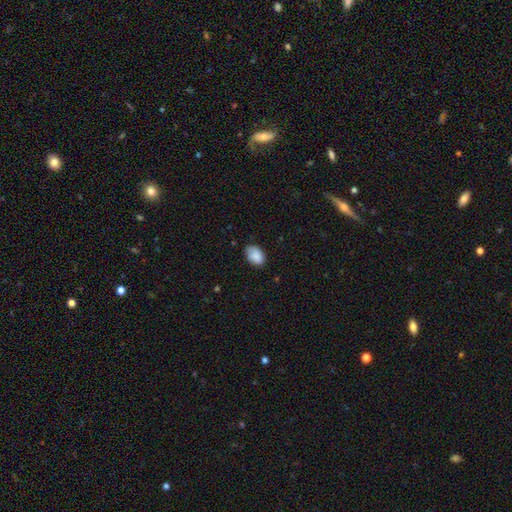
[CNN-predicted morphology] Q: Smooth or featured?
A: smooth (84%); runner-up: featured or disk (9%)
Q: How rounded?
A: in between (86%); runner-up: round (13%)
Q: Merging?
A: none (68%); runner-up: minor disturbance (25%)